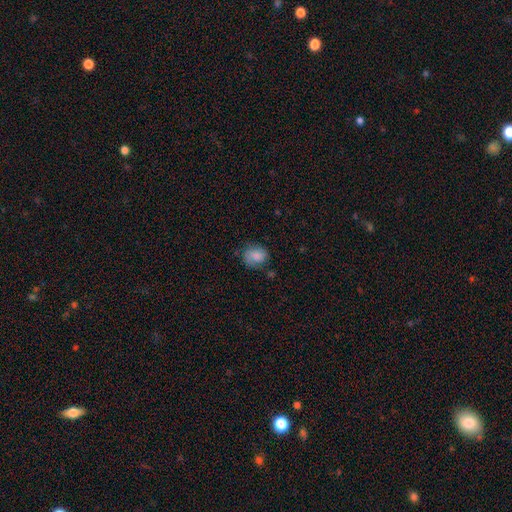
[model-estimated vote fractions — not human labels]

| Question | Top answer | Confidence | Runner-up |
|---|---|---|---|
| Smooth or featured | smooth | 74% | featured or disk (17%) |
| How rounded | round | 54% | in between (45%) |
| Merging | none | 65% | minor disturbance (24%) |